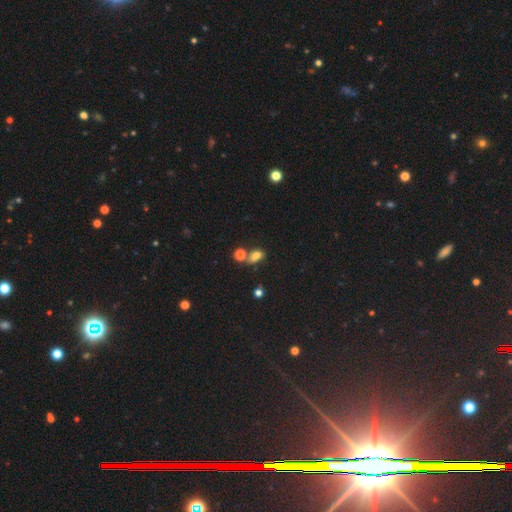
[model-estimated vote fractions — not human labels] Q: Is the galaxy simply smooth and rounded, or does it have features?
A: smooth — 72%.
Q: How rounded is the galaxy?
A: in between — 70%.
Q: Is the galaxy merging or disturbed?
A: none — 42%.